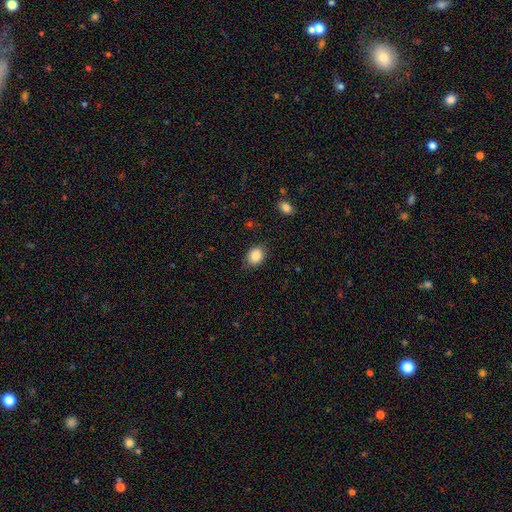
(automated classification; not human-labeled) A smooth galaxy with no disk features (87%) that is in between round and cigar-shaped (54%).

Vote fractions:
- Smooth or featured? smooth: 87% / star or artifact: 9% / featured or disk: 4%
- How rounded? in between: 54% / round: 45% / cigar-shaped: 1%
- Merging? none: 81% / minor disturbance: 14% / major disturbance: 3% / merger: 1%